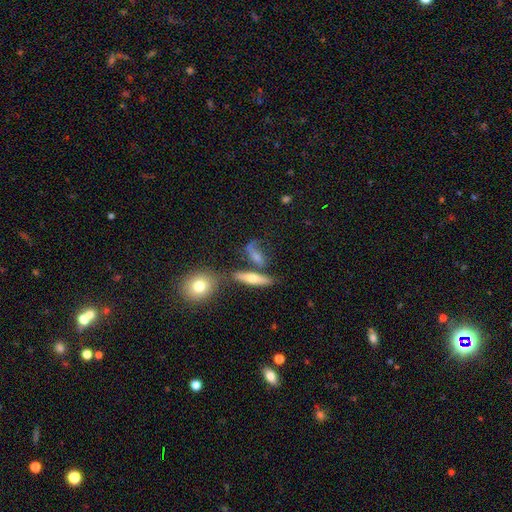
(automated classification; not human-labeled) Smooth or featured? smooth (52%)
How rounded? cigar-shaped (47%)
Merging? none (47%)